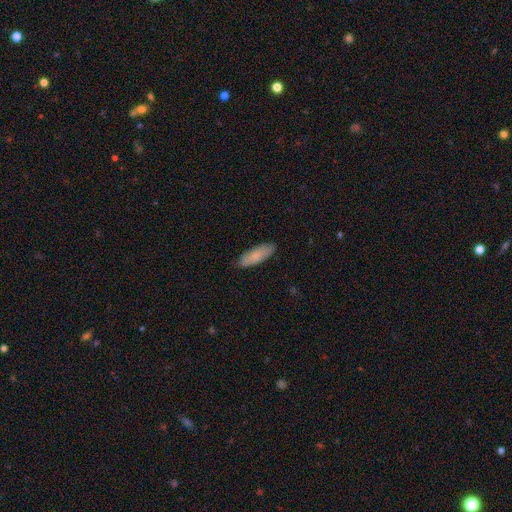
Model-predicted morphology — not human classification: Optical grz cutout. It shows a smooth galaxy with no disk features (79%) that is in between round and cigar-shaped (59%). Merging: none (86%).